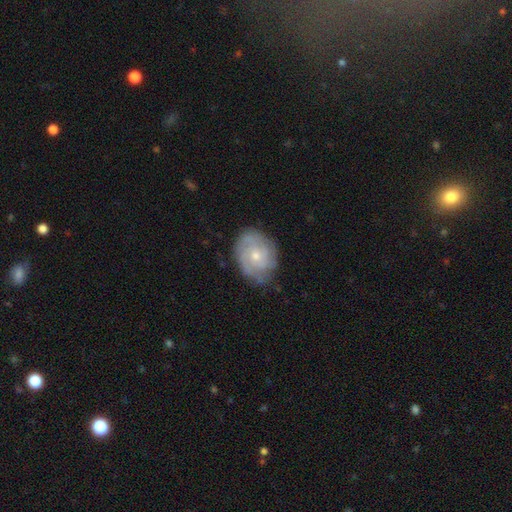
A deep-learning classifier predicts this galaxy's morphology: This appears to be a featured or disk galaxy (71%) with no bar (77%), tight (62%) spiral arms (89%) and a small central bulge (52%). Merging: none (72%).